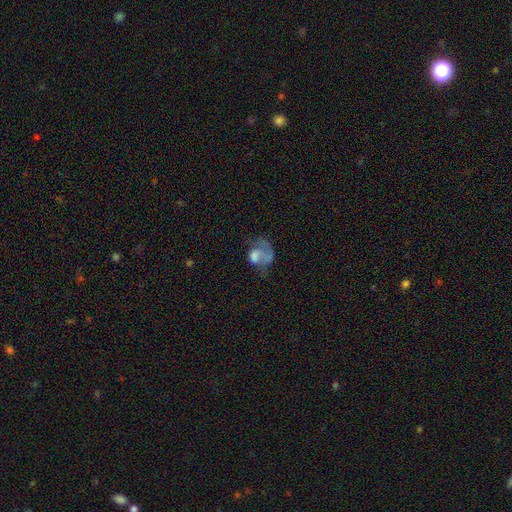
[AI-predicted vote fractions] This appears to be a smooth galaxy with no disk features (46%). Merging: major disturbance (47%).